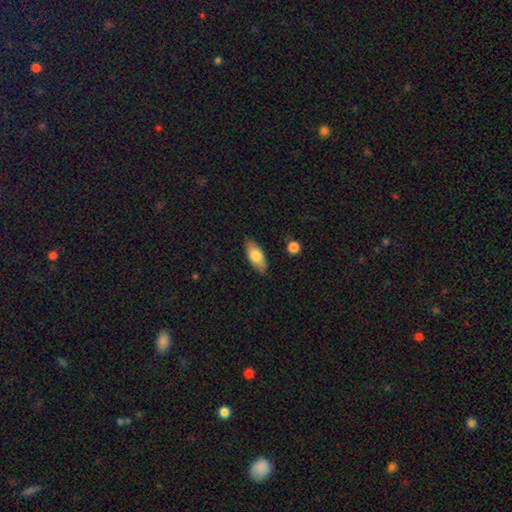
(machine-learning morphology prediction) The model was most divided on "smooth or featured": smooth: 77%, featured or disk: 17%, star or artifact: 6%. More confident: merging — none (84%); how rounded — in between (84%).